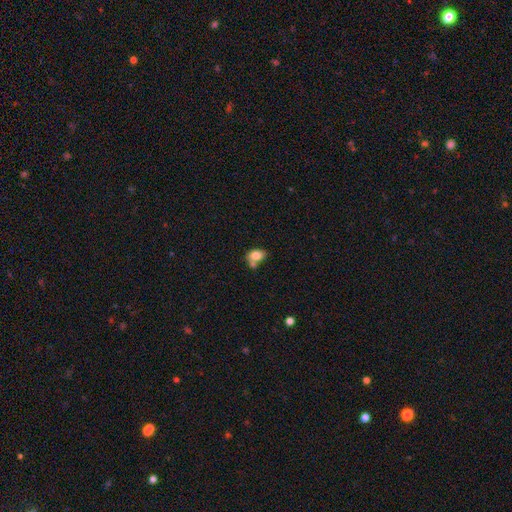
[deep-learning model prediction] Smooth or featured? smooth (78%)
How rounded? in between (77%)
Merging? none (39%)